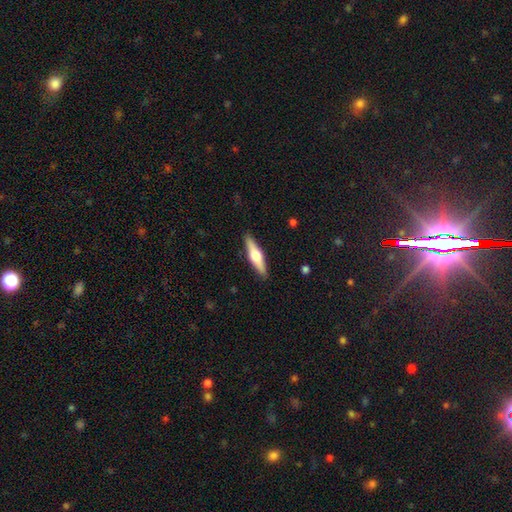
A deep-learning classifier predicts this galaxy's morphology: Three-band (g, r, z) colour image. It shows a featured or disk galaxy (55%) viewed edge-on (95%) with a rounded central bulge (93%). Merging: none (90%).